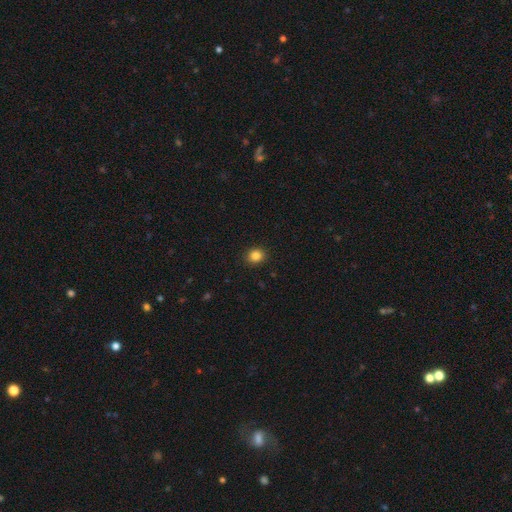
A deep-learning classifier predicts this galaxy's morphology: Smooth or featured: smooth — 85% (star or artifact — 11%)
How rounded: round — 74% (in between — 26%)
Merging: none — 92% (minor disturbance — 6%)